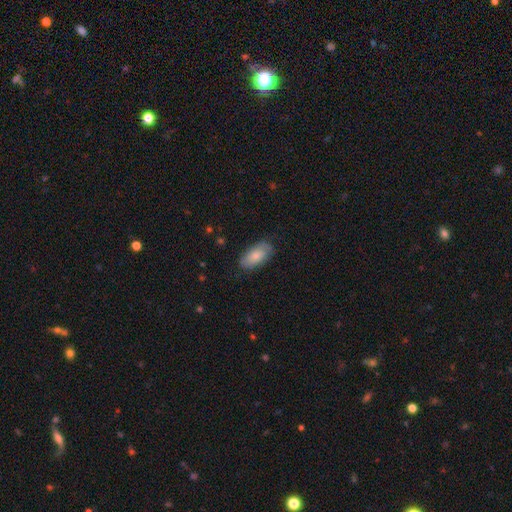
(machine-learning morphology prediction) type=smooth (75%); roundness=in between (92%); merging=none (76%).